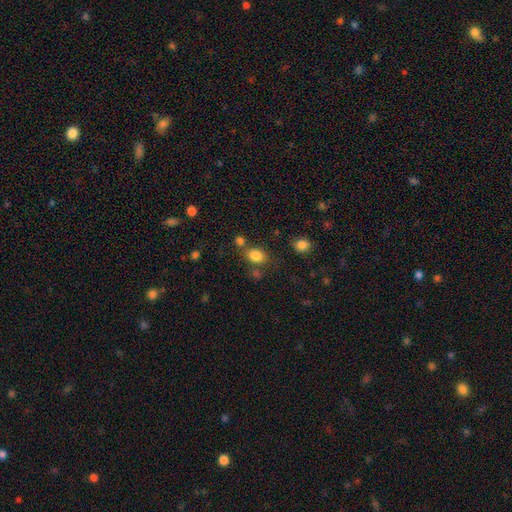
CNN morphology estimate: A smooth galaxy with no disk features (83%) that is in between round and cigar-shaped (61%).

Vote fractions:
- Smooth or featured? smooth: 83% / star or artifact: 11% / featured or disk: 6%
- How rounded? in between: 61% / round: 38% / cigar-shaped: 1%
- Merging? none: 66% / merger: 15% / minor disturbance: 13% / major disturbance: 5%